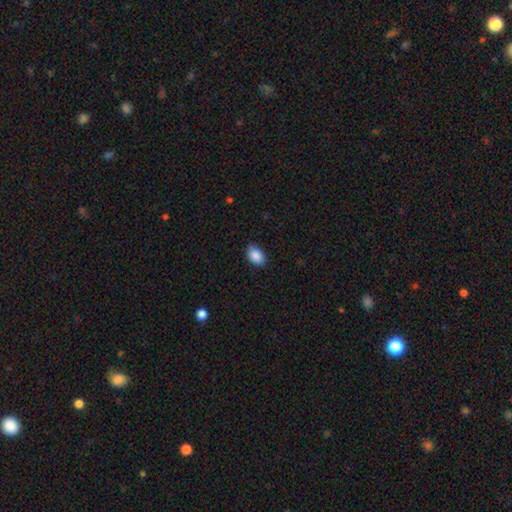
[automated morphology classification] This is clearly a smooth galaxy (89%). How rounded: clearly in between (82%). Merging: clearly none (81%).